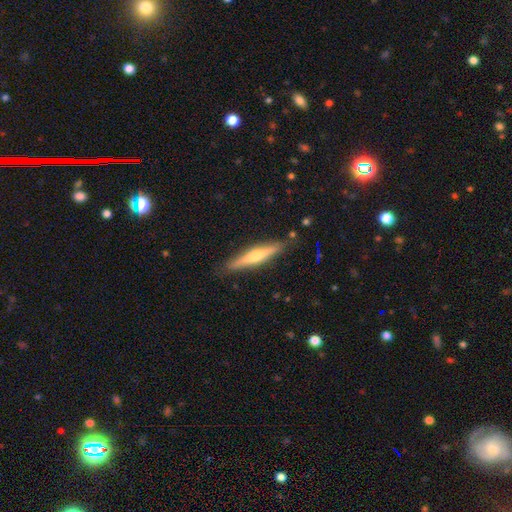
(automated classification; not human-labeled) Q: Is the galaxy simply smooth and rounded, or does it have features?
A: featured or disk — 57%.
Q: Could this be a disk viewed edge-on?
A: yes — 96%.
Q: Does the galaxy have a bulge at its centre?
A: rounded — 80%.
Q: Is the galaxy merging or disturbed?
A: none — 88%.